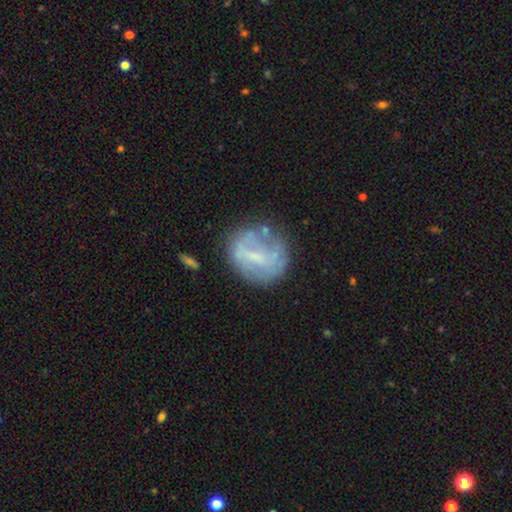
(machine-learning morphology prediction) A featured or disk galaxy (59%) with a weak bar (45%), no spiral arms (60%) and a small central bulge (46%).

Vote fractions:
- Smooth or featured? featured or disk: 59% / smooth: 32% / star or artifact: 9%
- Edge-on disk? no: 97% / yes: 3%
- Bar? weak: 45% / no: 30% / strong: 25%
- Spiral arms? no: 60% / yes: 40%
- Bulge size? small: 46% / none: 30% / moderate: 21% / large: 2% / dominant: 1%
- Merging? none: 59% / minor disturbance: 23% / major disturbance: 14% / merger: 5%